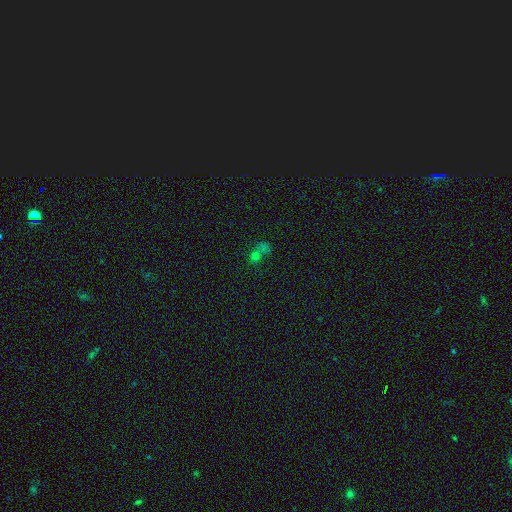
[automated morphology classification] Q: Smooth or featured?
A: smooth (56%); runner-up: star or artifact (29%)
Q: How rounded?
A: round (71%); runner-up: in between (27%)
Q: Merging?
A: merger (56%); runner-up: none (31%)